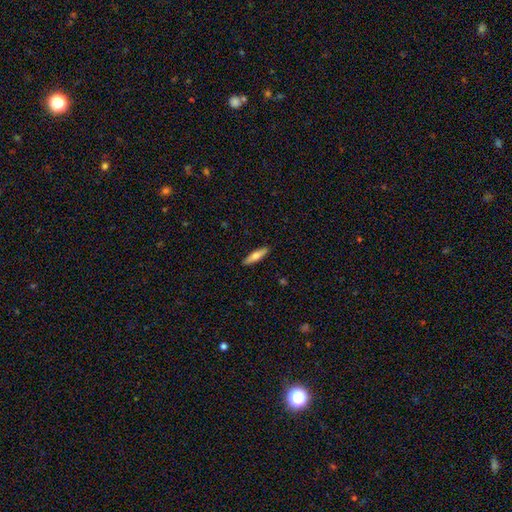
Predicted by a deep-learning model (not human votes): This appears to be a smooth galaxy with no disk features (64%) that is cigar-shaped (74%). Merging: none (90%).